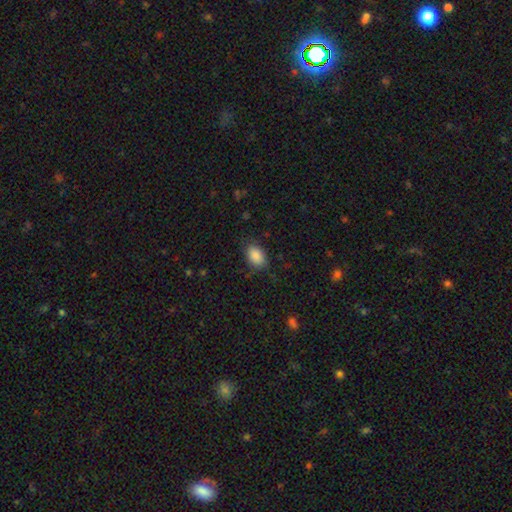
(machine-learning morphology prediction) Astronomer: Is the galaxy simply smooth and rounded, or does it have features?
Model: smooth — 88%.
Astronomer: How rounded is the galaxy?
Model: in between — 85%.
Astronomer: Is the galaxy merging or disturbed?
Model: none — 78%.